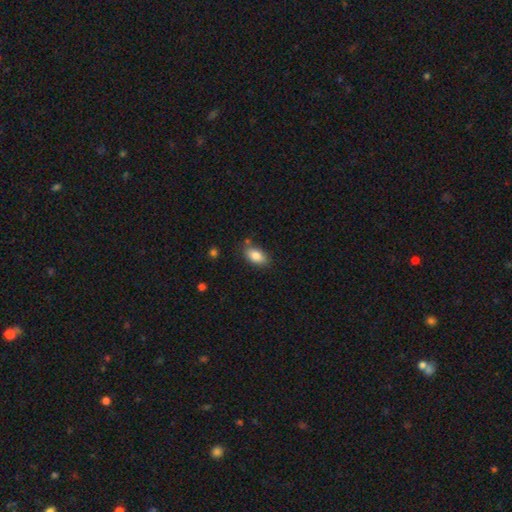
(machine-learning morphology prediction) This appears to be a smooth galaxy with no disk features (84%) that is in between round and cigar-shaped (90%). Merging: none (78%).